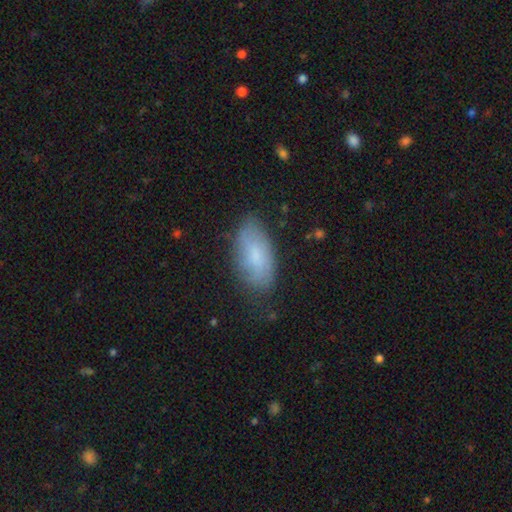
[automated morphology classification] Overall: smooth (70%). How rounded: in between (91%). Merging: none (73%).